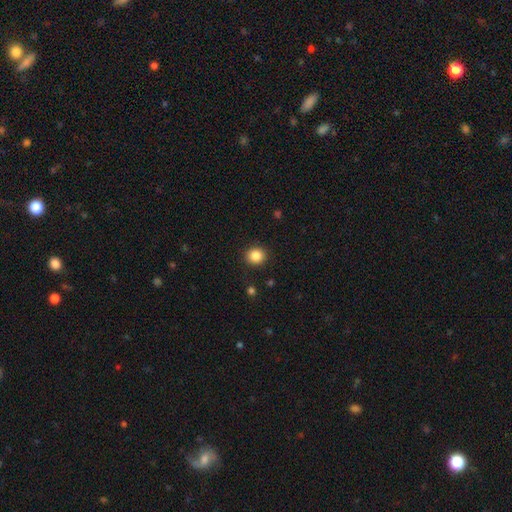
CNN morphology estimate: Q: Smooth or featured?
A: smooth (85%); runner-up: star or artifact (10%)
Q: How rounded?
A: round (88%); runner-up: in between (11%)
Q: Merging?
A: none (91%); runner-up: minor disturbance (6%)